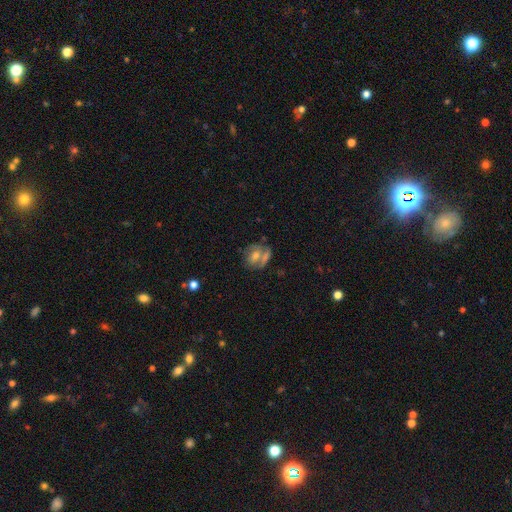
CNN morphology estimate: type=smooth (45%, tied with featured or disk); merging=none (46%).